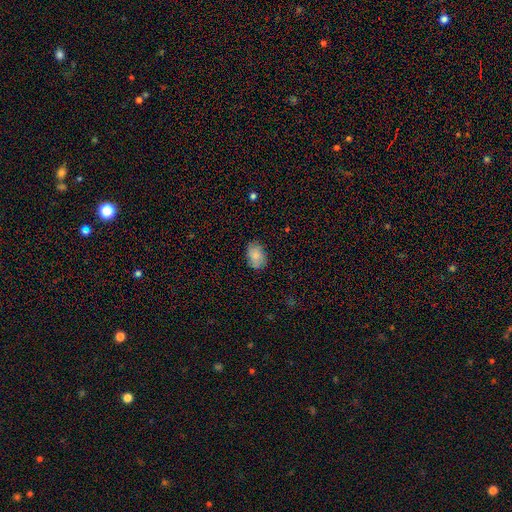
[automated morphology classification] Smooth or featured?
  - smooth: 81% *
  - featured or disk: 12%
  - star or artifact: 7%
How rounded?
  - in between: 85% *
  - round: 14%
  - cigar-shaped: 1%
Merging?
  - none: 80% *
  - minor disturbance: 16%
  - major disturbance: 3%
  - merger: 1%